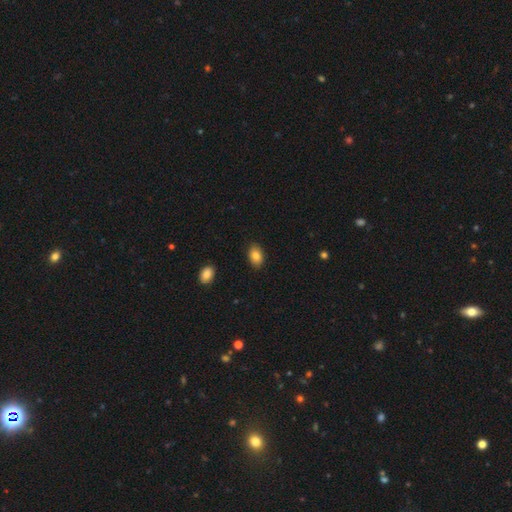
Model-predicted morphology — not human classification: This appears to be a smooth galaxy with no disk features (84%) that is in between round and cigar-shaped (86%). Merging: none (87%).